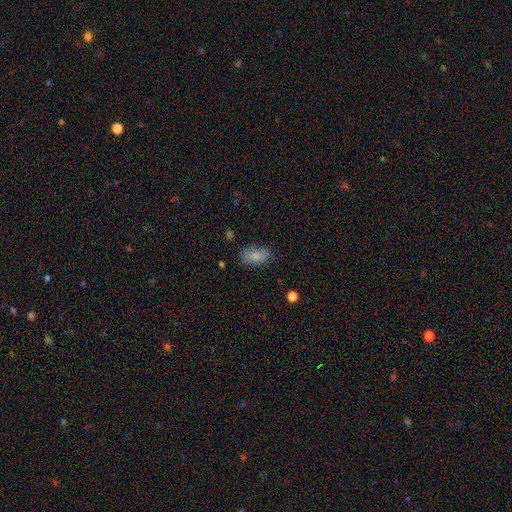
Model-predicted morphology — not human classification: smooth_or_featured: smooth (p=0.82) [alt: featured or disk p=0.10]
how_rounded: in between (p=0.91) [alt: round p=0.06]
merging: none (p=0.79) [alt: minor disturbance p=0.15]